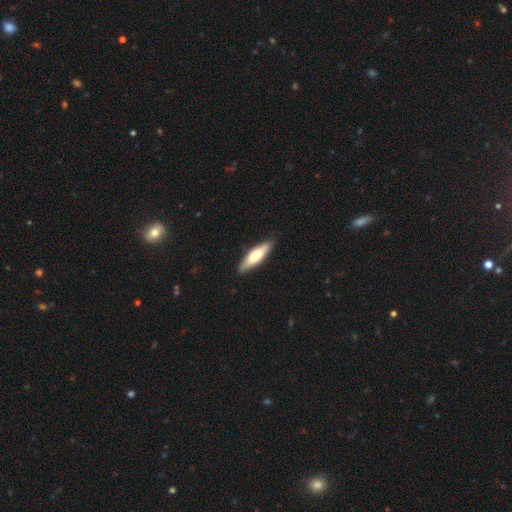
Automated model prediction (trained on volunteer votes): Smooth or featured?
  - smooth: 67% *
  - featured or disk: 28%
  - star or artifact: 5%
How rounded?
  - cigar-shaped: 59% *
  - in between: 39%
  - round: 2%
Merging?
  - none: 86% *
  - minor disturbance: 11%
  - major disturbance: 2%
  - merger: 1%